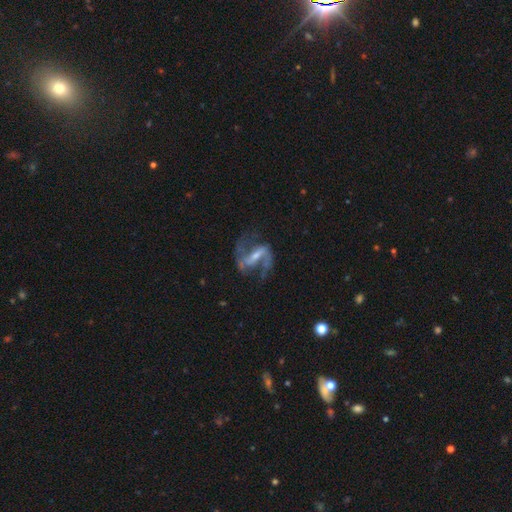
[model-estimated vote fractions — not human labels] A featured or disk galaxy (88%) with a strong bar (60%), 2 (91%) medium (48%) spiral arms (95%) and a small central bulge (53%). Merging: none (68%).